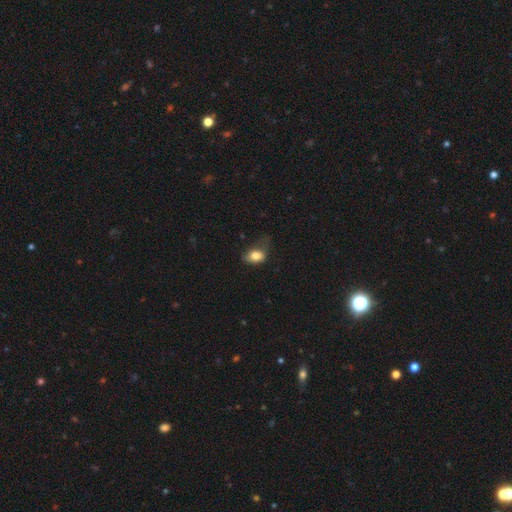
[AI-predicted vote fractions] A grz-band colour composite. It shows a smooth galaxy with no disk features (80%) that is in between round and cigar-shaped (79%). Merging: minor disturbance (38%).